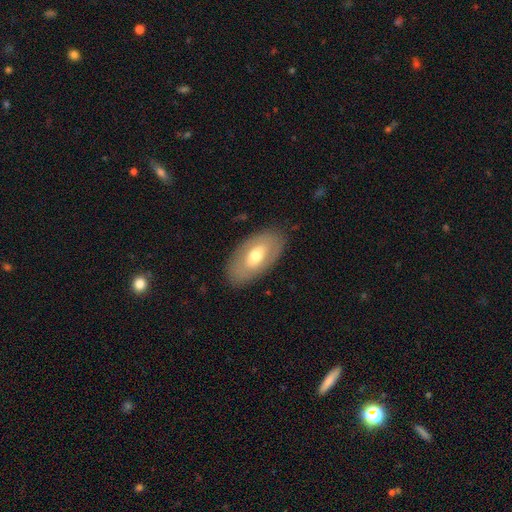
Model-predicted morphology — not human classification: A smooth galaxy with no disk features (52%) that is in between round and cigar-shaped (93%). Merging: none (84%).